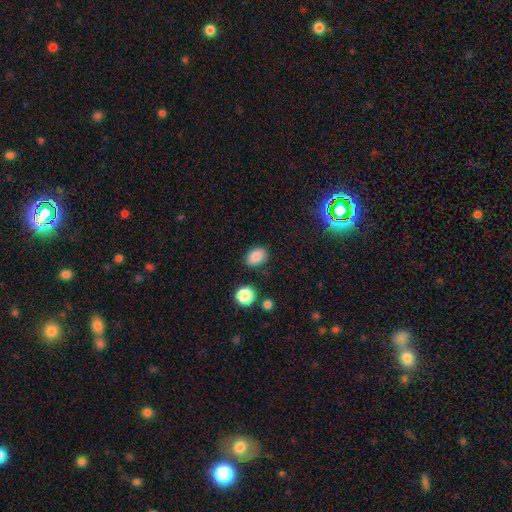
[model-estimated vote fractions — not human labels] smooth 85%, star or artifact 10%, featured or disk 5%. Down the decision tree: how rounded — in between (77%); merging — none (81%).